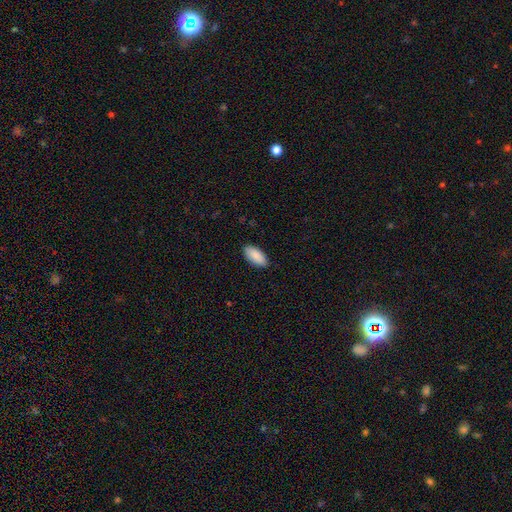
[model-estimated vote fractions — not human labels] Smooth or featured: smooth — 90% (star or artifact — 6%)
How rounded: in between — 93% (cigar-shaped — 6%)
Merging: none — 88% (minor disturbance — 9%)